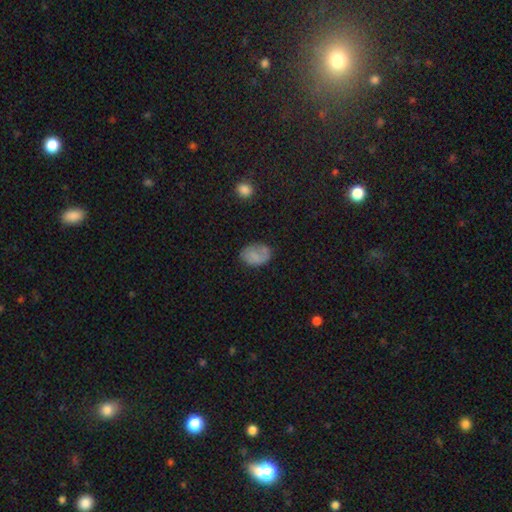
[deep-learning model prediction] Smooth or featured? Predicted: smooth (p=0.74). How rounded? Predicted: in between (p=0.74). Merging? Predicted: none (p=0.60).